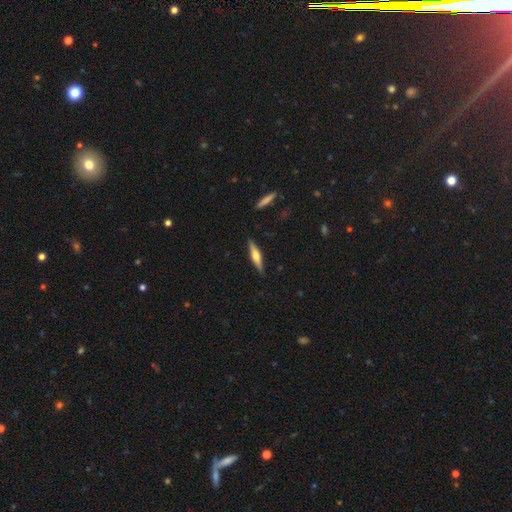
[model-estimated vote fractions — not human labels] Q: Smooth or featured?
A: featured or disk (59%); runner-up: smooth (36%)
Q: Edge-on disk?
A: yes (96%); runner-up: no (4%)
Q: Edge-on bulge?
A: rounded (90%); runner-up: boxy (6%)
Q: Merging?
A: none (90%); runner-up: minor disturbance (7%)